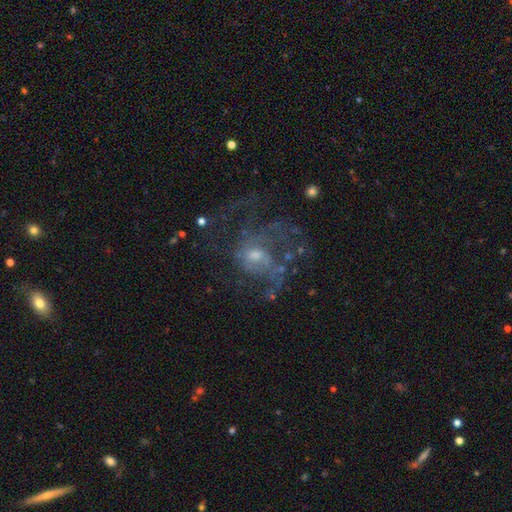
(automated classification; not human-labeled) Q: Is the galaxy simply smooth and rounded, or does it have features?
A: featured or disk — 74%.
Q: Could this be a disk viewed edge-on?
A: no — 98%.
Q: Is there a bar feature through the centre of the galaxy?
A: no — 63%.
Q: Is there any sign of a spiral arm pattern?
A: yes — 74%.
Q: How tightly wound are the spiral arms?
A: medium — 41%, tied with loose.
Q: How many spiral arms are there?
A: can't tell — 32%.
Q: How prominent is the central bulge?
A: moderate — 45%.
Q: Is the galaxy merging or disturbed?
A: none — 41%.